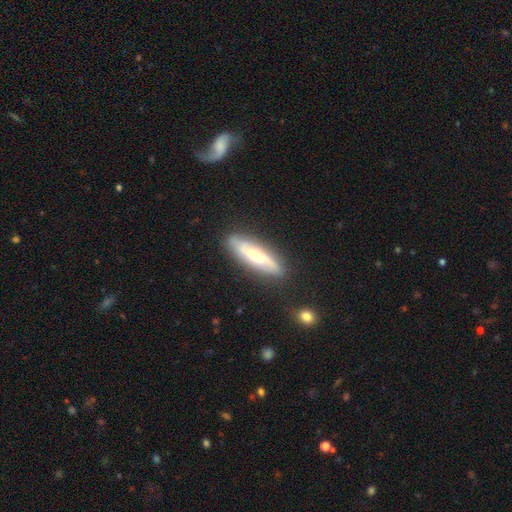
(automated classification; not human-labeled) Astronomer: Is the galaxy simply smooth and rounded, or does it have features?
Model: featured or disk — 56% (runner-up: smooth, 38%).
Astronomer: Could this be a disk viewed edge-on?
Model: no — 61% (runner-up: yes, 39%).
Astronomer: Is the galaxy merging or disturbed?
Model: none — 81%.